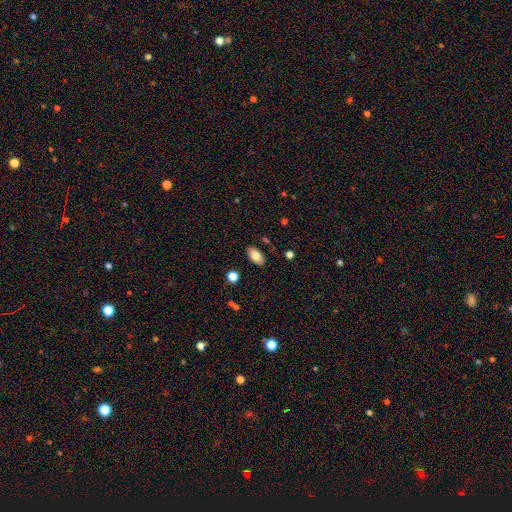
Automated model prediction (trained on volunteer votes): smooth 79%, featured or disk 13%, star or artifact 7%. Down the decision tree: how rounded — in between (94%); merging — none (86%).